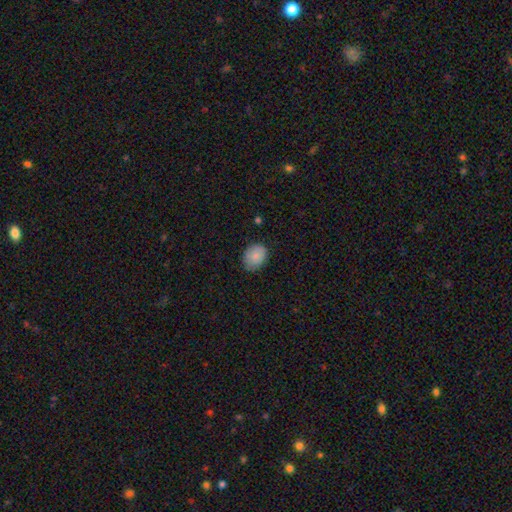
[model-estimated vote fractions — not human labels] smooth 84%, featured or disk 8%, star or artifact 8%. Down the decision tree: how rounded — in between (54%); merging — none (75%).